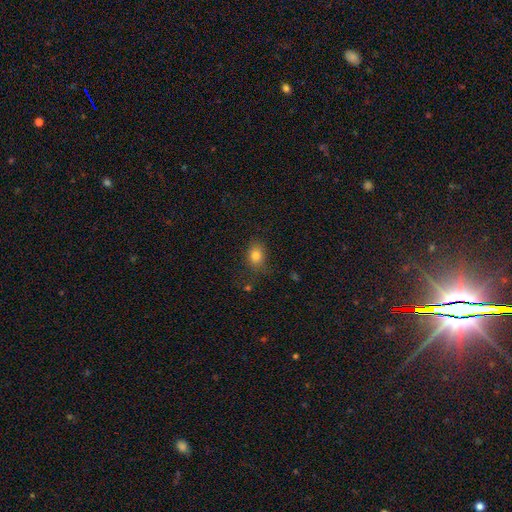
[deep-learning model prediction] This is clearly a smooth galaxy (80%). How rounded: possibly in between (55%). Merging: likely none (74%).